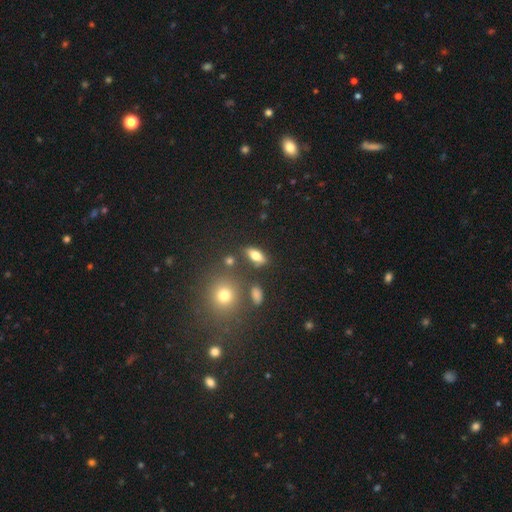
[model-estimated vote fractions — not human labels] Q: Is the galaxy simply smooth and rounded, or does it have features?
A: smooth — 67%.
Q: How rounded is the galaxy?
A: in between — 76%.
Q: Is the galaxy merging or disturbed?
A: none — 79%.